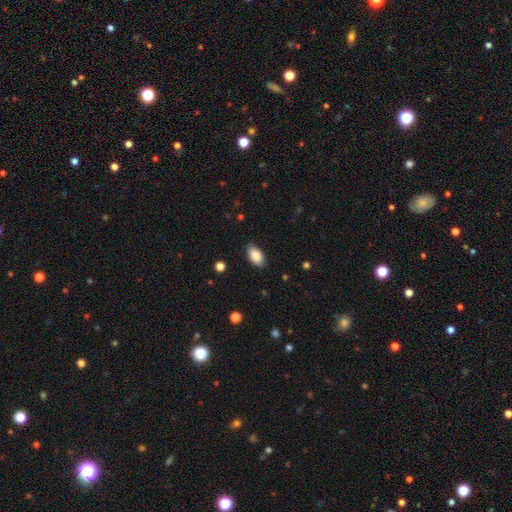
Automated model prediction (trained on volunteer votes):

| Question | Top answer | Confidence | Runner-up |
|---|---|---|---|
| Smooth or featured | smooth | 87% | star or artifact (7%) |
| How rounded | in between | 94% | round (4%) |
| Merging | none | 87% | minor disturbance (10%) |